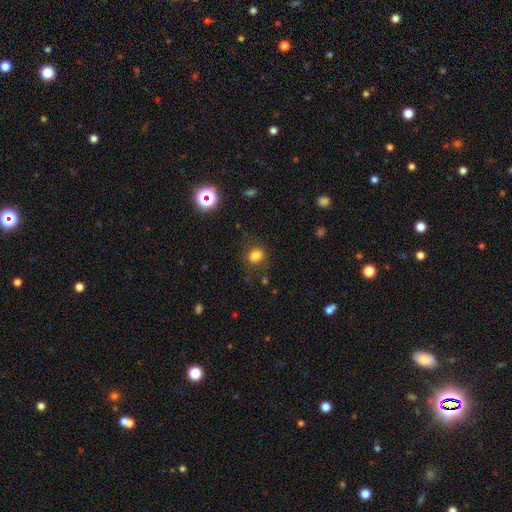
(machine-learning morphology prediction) Smooth or featured? smooth (80%)
How rounded? round (61%)
Merging? none (76%)